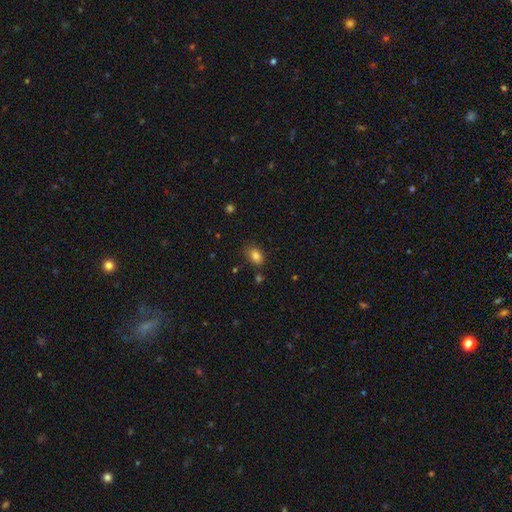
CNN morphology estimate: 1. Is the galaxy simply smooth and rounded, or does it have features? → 84% smooth, 10% star or artifact, 6% featured or disk.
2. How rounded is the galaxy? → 84% in between, 14% round, 2% cigar-shaped.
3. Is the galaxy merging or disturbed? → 75% none, 17% minor disturbance, 4% major disturbance, 4% merger.